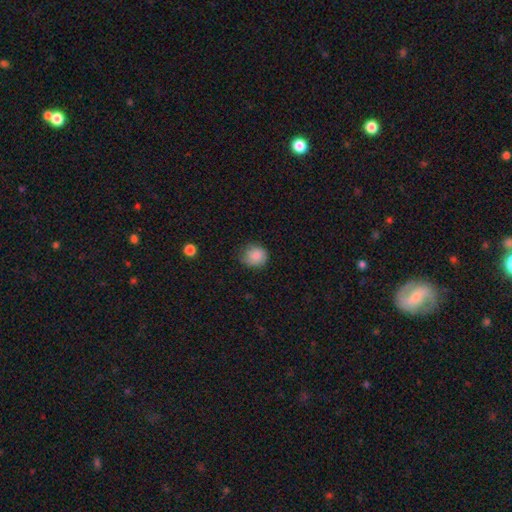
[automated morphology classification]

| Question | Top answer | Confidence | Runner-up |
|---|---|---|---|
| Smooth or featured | smooth | 82% | featured or disk (10%) |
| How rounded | round | 81% | in between (18%) |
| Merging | none | 64% | minor disturbance (28%) |